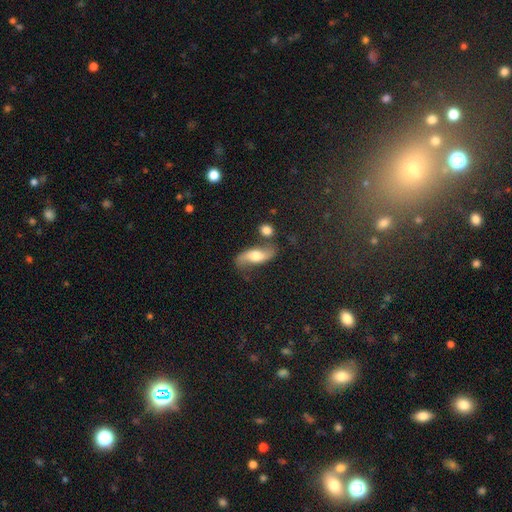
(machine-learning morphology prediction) Q: Smooth or featured?
A: featured or disk (62%); runner-up: smooth (31%)
Q: Edge-on disk?
A: no (85%); runner-up: yes (15%)
Q: Bar?
A: no (63%); runner-up: weak (26%)
Q: Spiral arms?
A: yes (87%); runner-up: no (13%)
Q: Bulge size?
A: moderate (63%); runner-up: large (19%)
Q: Merging?
A: none (62%); runner-up: minor disturbance (18%)